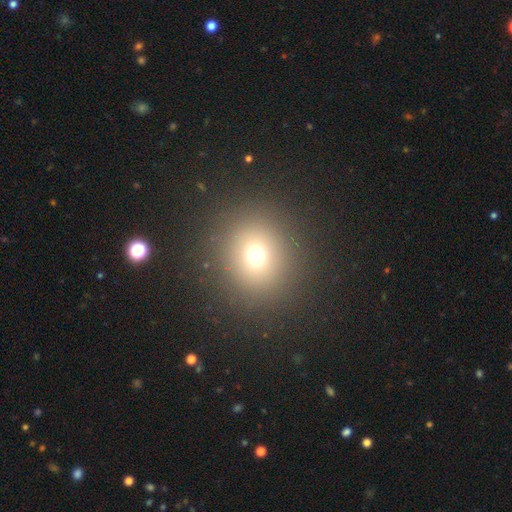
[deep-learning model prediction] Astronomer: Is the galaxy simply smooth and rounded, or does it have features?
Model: smooth — 70%.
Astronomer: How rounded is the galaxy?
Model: round — 86%.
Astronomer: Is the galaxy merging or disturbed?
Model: none — 88%.